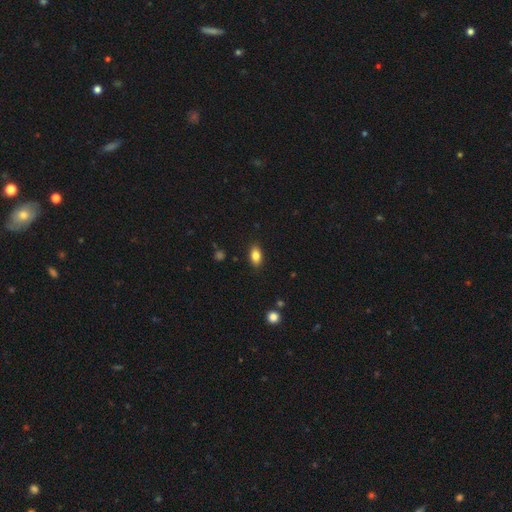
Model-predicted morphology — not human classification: A smooth galaxy with no disk features (84%) that is in between round and cigar-shaped (88%). Merging: none (88%).